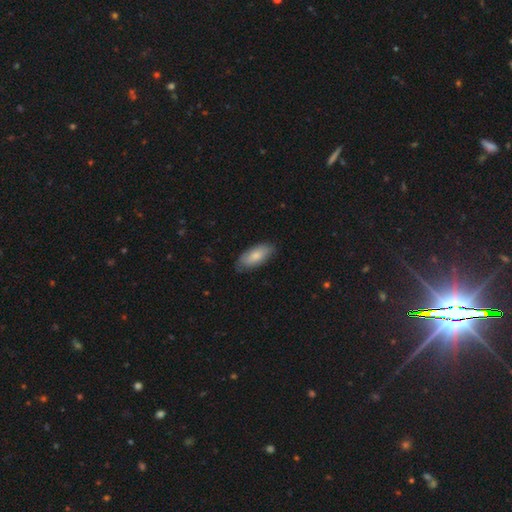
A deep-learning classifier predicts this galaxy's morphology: smooth_or_featured: smooth (p=0.79) [alt: featured or disk p=0.16]
how_rounded: in between (p=0.86) [alt: cigar-shaped p=0.12]
merging: none (p=0.78) [alt: minor disturbance p=0.18]